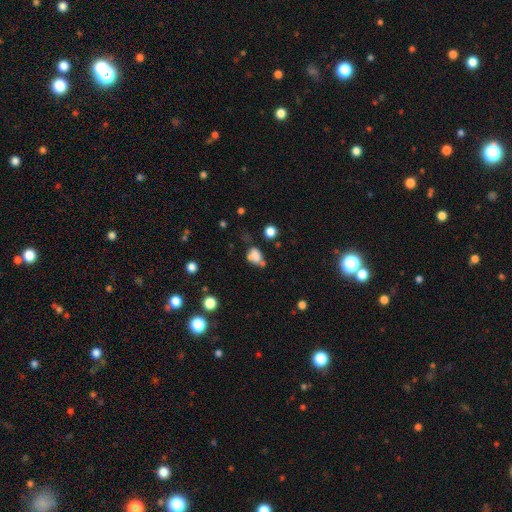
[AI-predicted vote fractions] Smooth or featured? smooth (64%)
How rounded? in between (73%)
Merging? none (35%)